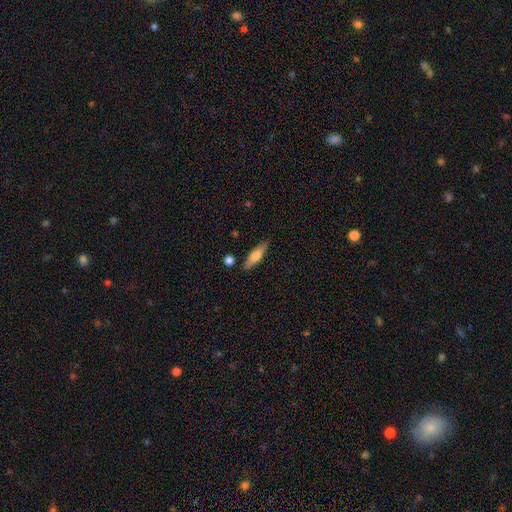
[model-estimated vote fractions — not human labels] Smooth or featured? Predicted: smooth (p=0.58). How rounded? Predicted: cigar-shaped (p=0.63). Merging? Predicted: none (p=0.82).